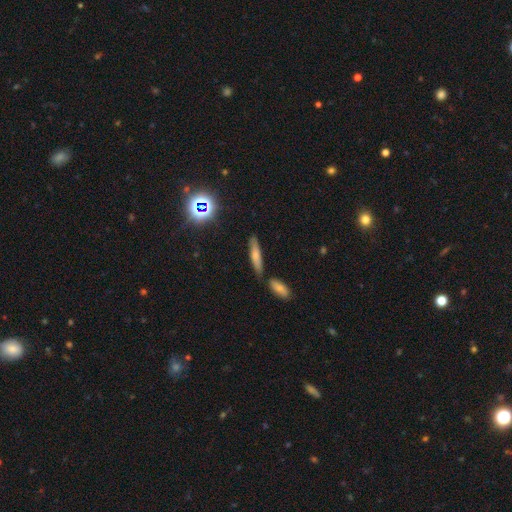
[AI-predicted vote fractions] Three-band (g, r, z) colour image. It shows a smooth galaxy with no disk features (66%) that is cigar-shaped (79%). Merging: none (76%).